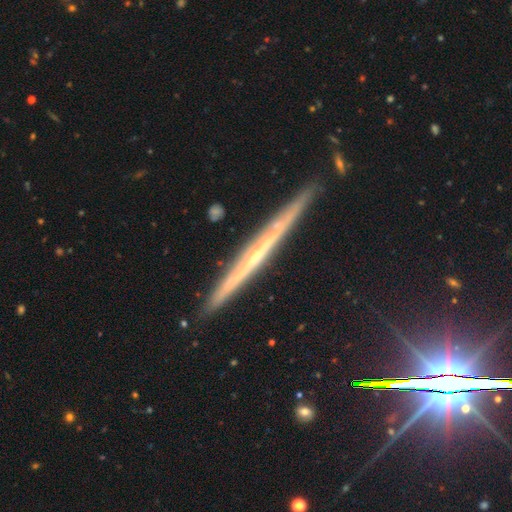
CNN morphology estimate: A featured or disk galaxy (74%) viewed edge-on (97%) with no central bulge (61%). Merging: none (87%).